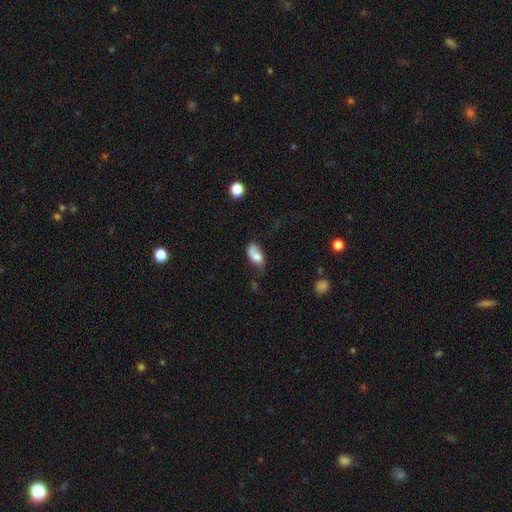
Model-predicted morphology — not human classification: Smooth or featured: smooth — 68% (featured or disk — 23%)
How rounded: in between — 88% (round — 8%)
Merging: none — 37% (minor disturbance — 30%)